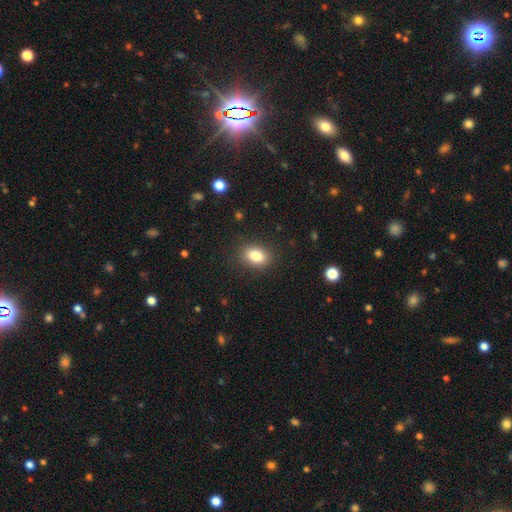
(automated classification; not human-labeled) Q: Smooth or featured?
A: smooth (84%); runner-up: star or artifact (9%)
Q: How rounded?
A: in between (79%); runner-up: round (20%)
Q: Merging?
A: none (86%); runner-up: minor disturbance (9%)